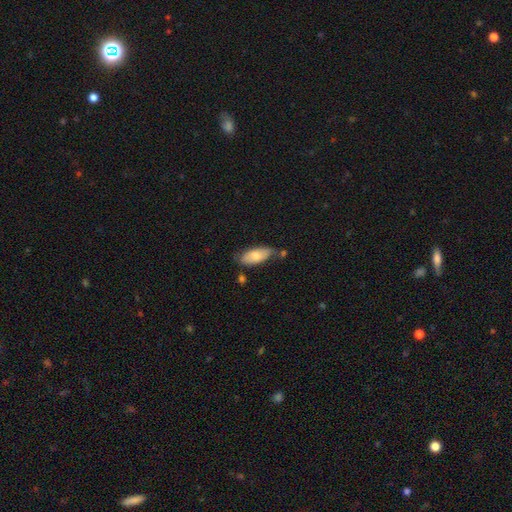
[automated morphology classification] Smooth or featured: smooth — 73% (featured or disk — 21%)
How rounded: in between — 87% (cigar-shaped — 11%)
Merging: none — 61% (minor disturbance — 26%)